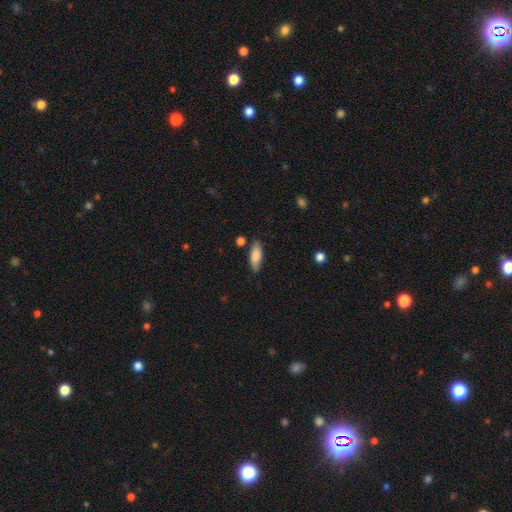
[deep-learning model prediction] smooth 83%, featured or disk 10%, star or artifact 6%. Down the decision tree: how rounded — in between (69%); merging — none (81%).